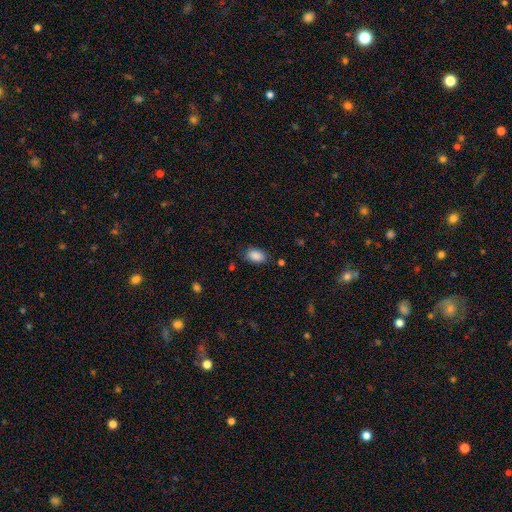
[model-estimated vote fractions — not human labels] Morphology: type=smooth (89%); roundness=in between (88%); merging=none (81%).